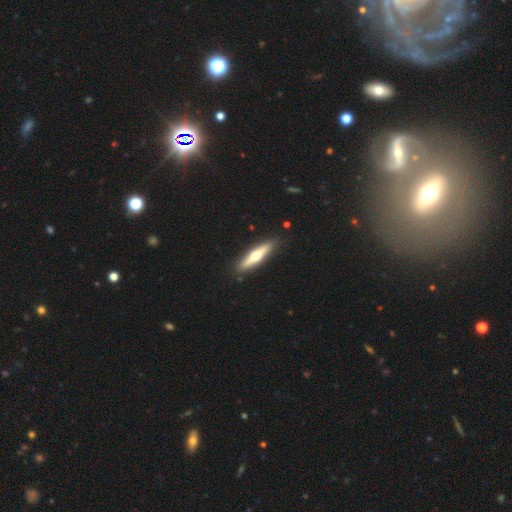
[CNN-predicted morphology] A featured or disk galaxy (57%) viewed edge-on (93%) with a rounded central bulge (93%). Merging: none (89%).